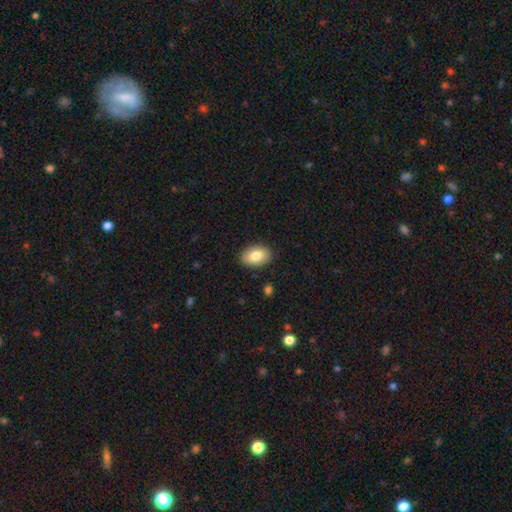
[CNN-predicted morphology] Smooth or featured?
  - smooth: 82% *
  - featured or disk: 11%
  - star or artifact: 7%
How rounded?
  - in between: 88% *
  - round: 11%
  - cigar-shaped: 1%
Merging?
  - none: 88% *
  - minor disturbance: 9%
  - major disturbance: 2%
  - merger: 1%